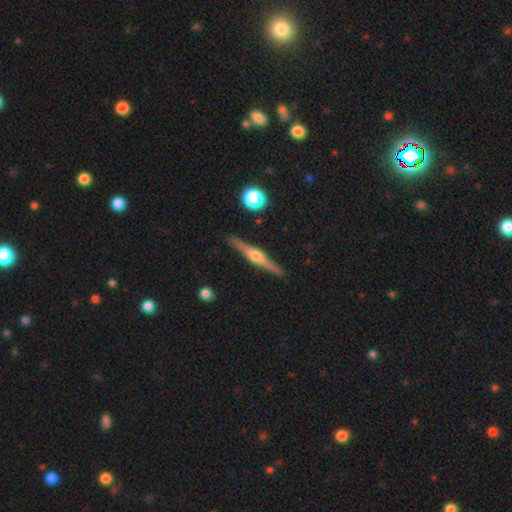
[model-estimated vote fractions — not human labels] featured or disk 80%, smooth 15%, star or artifact 5%. Down the decision tree: edge-on disk — yes (98%); edge-on bulge — rounded (88%); merging — none (90%).